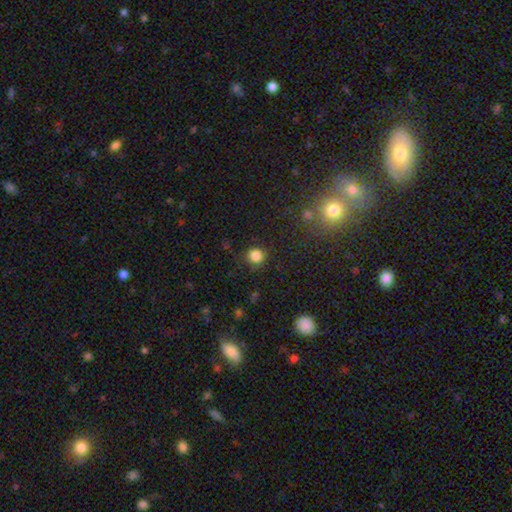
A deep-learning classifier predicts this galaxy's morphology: Overall: smooth (84%). How rounded: round (91%). Merging: none (86%).